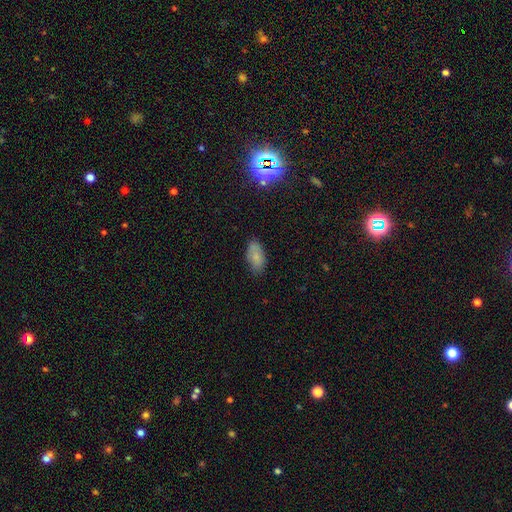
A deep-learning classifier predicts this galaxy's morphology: Smooth or featured? smooth (77%)
How rounded? in between (91%)
Merging? none (75%)